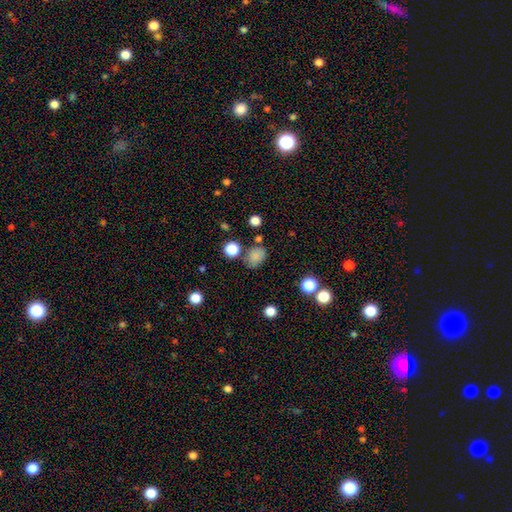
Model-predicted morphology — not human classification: smooth 80%, star or artifact 14%, featured or disk 6%. Down the decision tree: how rounded — in between (55%); merging — none (68%).